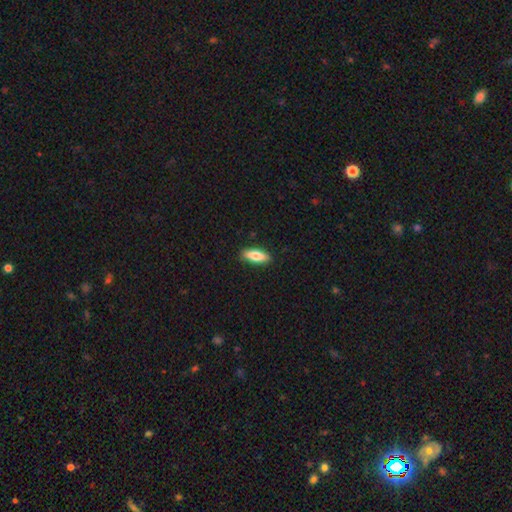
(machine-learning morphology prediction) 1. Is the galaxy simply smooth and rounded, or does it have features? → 78% smooth, 16% featured or disk, 6% star or artifact.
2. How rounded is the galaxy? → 66% in between, 32% cigar-shaped, 2% round.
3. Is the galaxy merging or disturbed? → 88% none, 9% minor disturbance, 2% major disturbance, 1% merger.